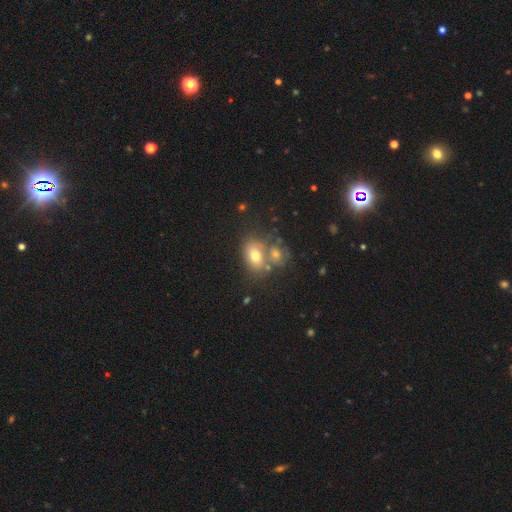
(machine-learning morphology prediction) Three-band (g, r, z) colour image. It shows a smooth galaxy with no disk features (68%) that is in between round and cigar-shaped (77%). Merging: merger (43%).